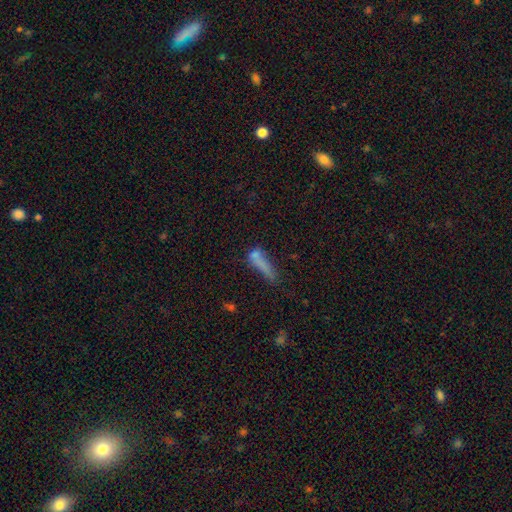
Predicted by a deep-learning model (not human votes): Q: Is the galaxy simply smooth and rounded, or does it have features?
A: smooth — 66%.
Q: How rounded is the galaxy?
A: cigar-shaped — 61%.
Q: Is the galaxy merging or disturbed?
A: none — 35%.